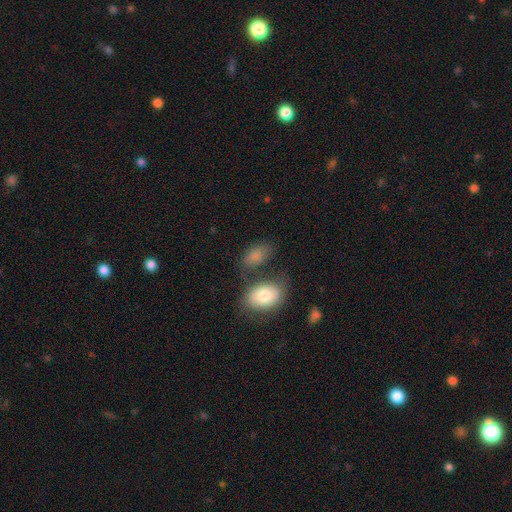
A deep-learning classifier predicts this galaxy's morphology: Q: Smooth or featured?
A: smooth (82%); runner-up: featured or disk (9%)
Q: How rounded?
A: in between (90%); runner-up: round (8%)
Q: Merging?
A: none (55%); runner-up: minor disturbance (19%)